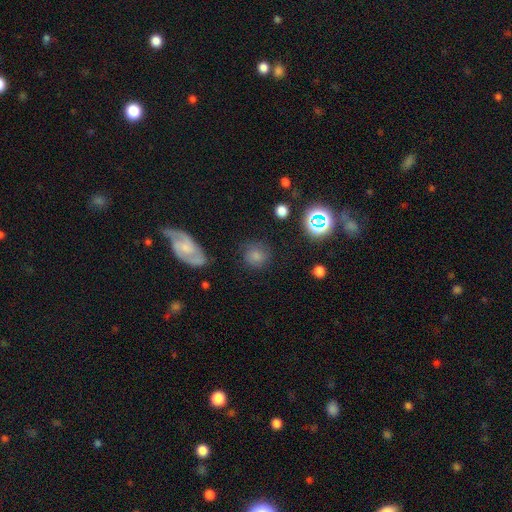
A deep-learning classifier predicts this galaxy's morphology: Overall: smooth (73%). How rounded: round (85%). Merging: none (75%).